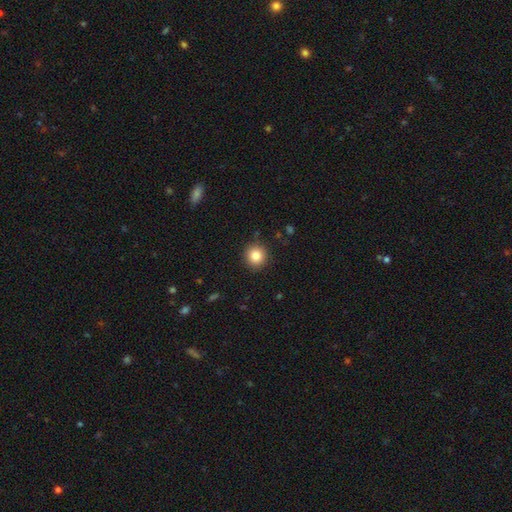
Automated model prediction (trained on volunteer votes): Morphology: type=smooth (84%); roundness=round (91%); merging=none (90%).